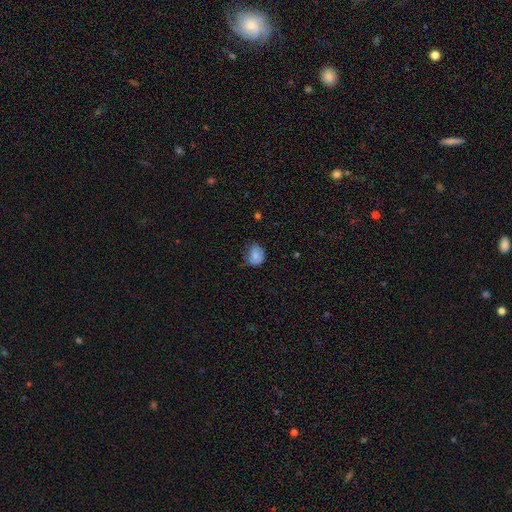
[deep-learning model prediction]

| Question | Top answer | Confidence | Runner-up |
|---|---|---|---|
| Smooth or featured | smooth | 75% | featured or disk (17%) |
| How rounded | round | 52% | in between (48%) |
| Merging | none | 48% | minor disturbance (38%) |